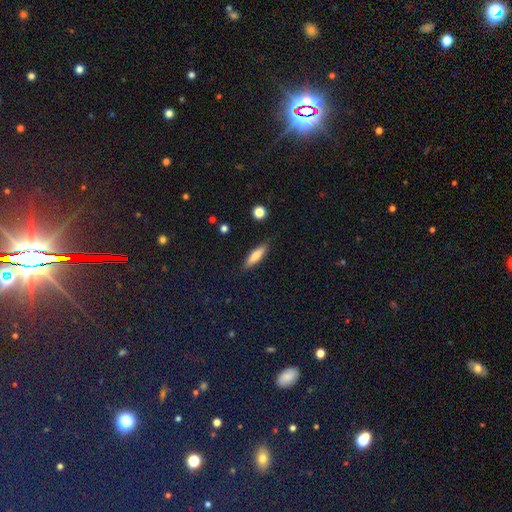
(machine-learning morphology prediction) smooth 67%, featured or disk 26%, star or artifact 7%. Down the decision tree: how rounded — cigar-shaped (65%); merging — none (86%).